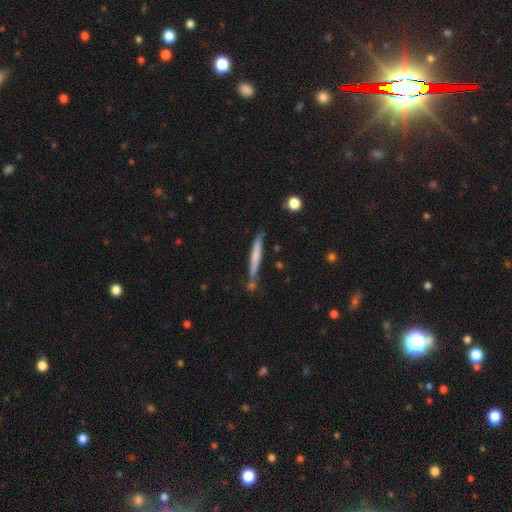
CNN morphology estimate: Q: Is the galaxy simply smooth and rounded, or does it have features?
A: smooth — 61%.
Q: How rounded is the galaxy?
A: cigar-shaped — 96%.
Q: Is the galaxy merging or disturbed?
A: none — 75%.